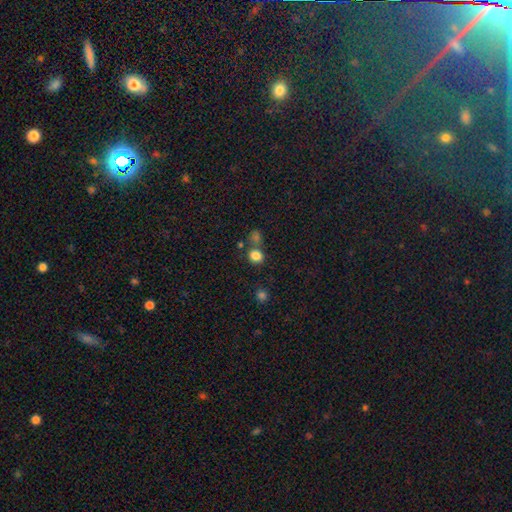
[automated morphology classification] Smooth or featured?
  - smooth: 81% *
  - star or artifact: 13%
  - featured or disk: 5%
How rounded?
  - round: 71% *
  - in between: 28%
  - cigar-shaped: 1%
Merging?
  - none: 67% *
  - merger: 19%
  - minor disturbance: 10%
  - major disturbance: 4%